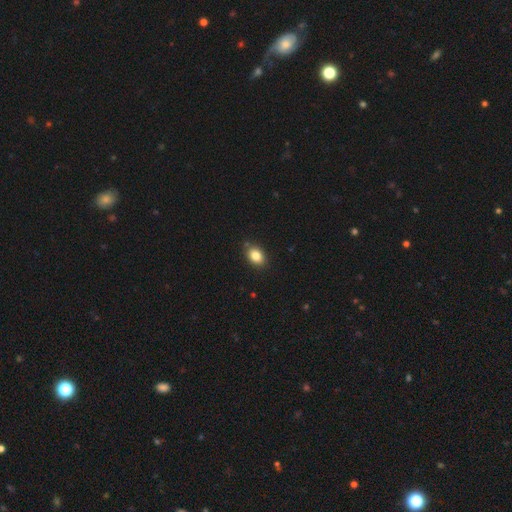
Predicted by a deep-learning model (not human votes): Morphology: type=smooth (84%); roundness=in between (72%); merging=none (85%).